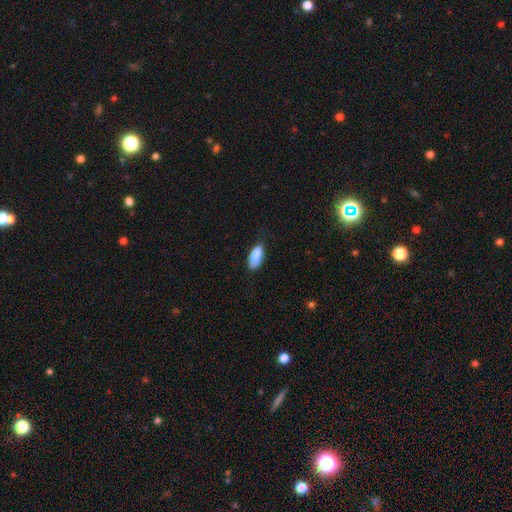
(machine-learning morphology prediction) This appears to be a smooth galaxy with no disk features (85%) that is in between round and cigar-shaped (86%). Merging: none (66%).